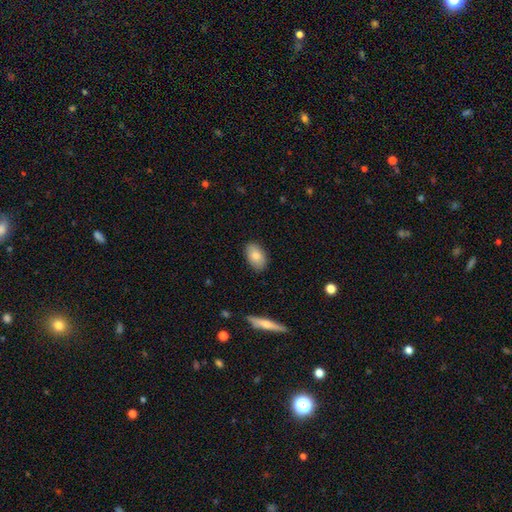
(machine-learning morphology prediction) smooth-or-featured: smooth: 81% | featured or disk: 12% | star or artifact: 7%
  how-rounded: in between: 91% | round: 7% | cigar-shaped: 2%
  merging: none: 86% | minor disturbance: 10% | major disturbance: 2% | merger: 1%